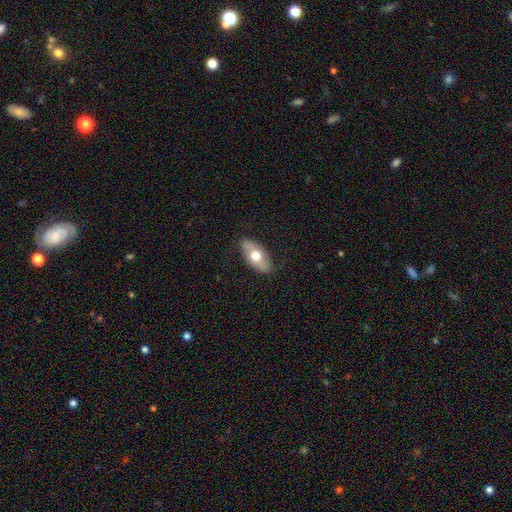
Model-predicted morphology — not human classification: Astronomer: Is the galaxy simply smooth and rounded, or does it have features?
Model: smooth — 53% (runner-up: featured or disk, 42%).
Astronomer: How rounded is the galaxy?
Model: in between — 91%.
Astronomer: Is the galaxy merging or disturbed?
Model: none — 80%.